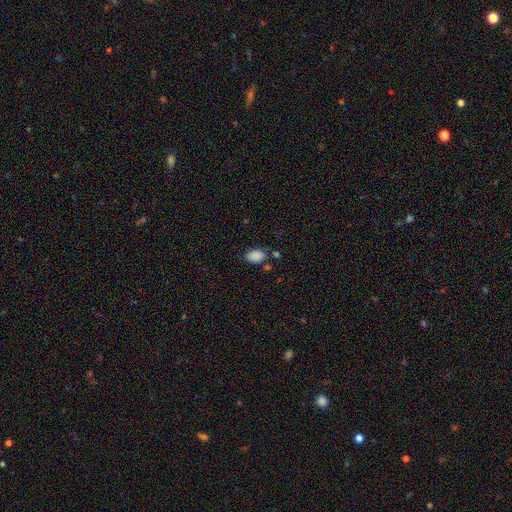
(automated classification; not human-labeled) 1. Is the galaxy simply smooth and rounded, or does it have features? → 88% smooth, 9% star or artifact, 4% featured or disk.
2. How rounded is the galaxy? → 88% in between, 10% round, 1% cigar-shaped.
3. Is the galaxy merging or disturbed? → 72% none, 16% minor disturbance, 8% merger, 4% major disturbance.